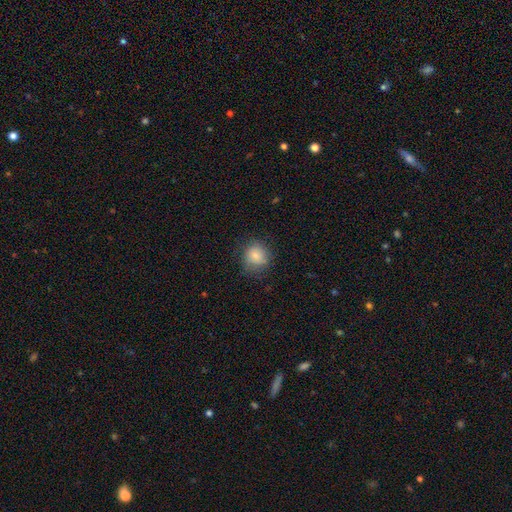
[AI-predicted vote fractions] smooth 81%, featured or disk 10%, star or artifact 9%. Down the decision tree: how rounded — round (83%); merging — none (77%).